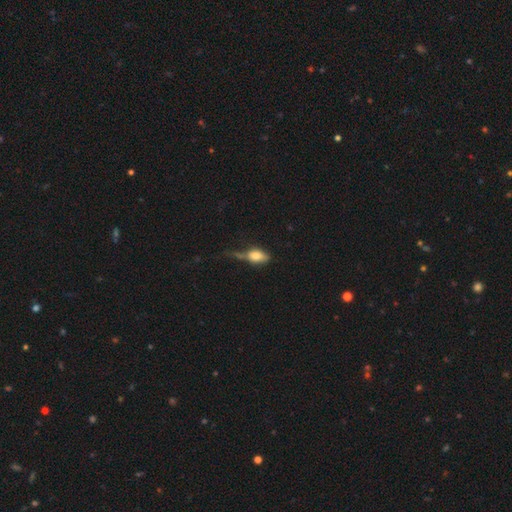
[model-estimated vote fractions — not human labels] This appears to be a smooth galaxy with no disk features (71%) that is in between round and cigar-shaped (82%). Merging: major disturbance (32%).